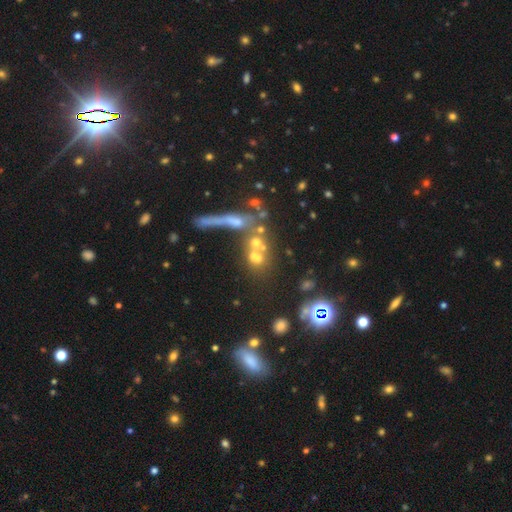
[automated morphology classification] The model was most divided on "smooth or featured": smooth: 40%, featured or disk: 32%, star or artifact: 29%. Remaining: merging — merger (45%).